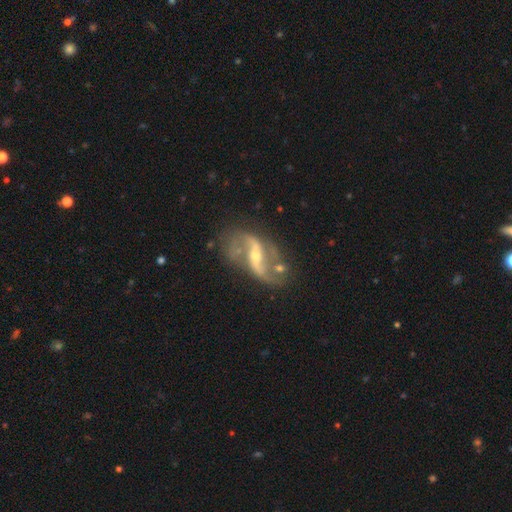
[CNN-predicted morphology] This is clearly a featured or disk galaxy (90%). It is clearly not viewed edge-on (96%). Bar: possibly strong (48%). Spiral arm pattern: clearly yes (95%). Spiral arm count: clearly 2 (93%). Spiral winding: likely loose (69%). Central bulge: possibly small (55%). Merging: likely none (65%).